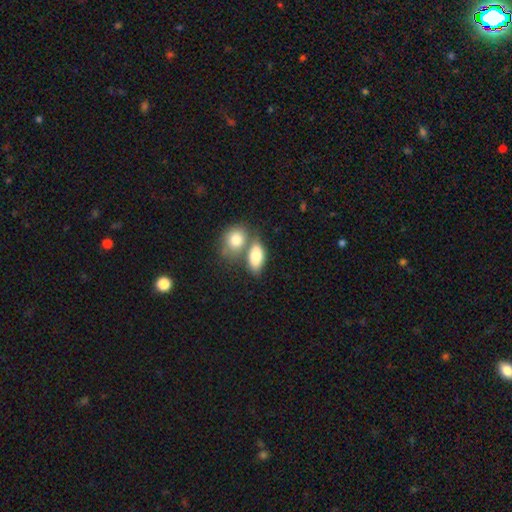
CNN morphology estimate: Smooth or featured?
  - smooth: 82% *
  - featured or disk: 11%
  - star or artifact: 7%
How rounded?
  - in between: 87% *
  - round: 9%
  - cigar-shaped: 3%
Merging?
  - merger: 45% *
  - none: 39%
  - minor disturbance: 12%
  - major disturbance: 5%